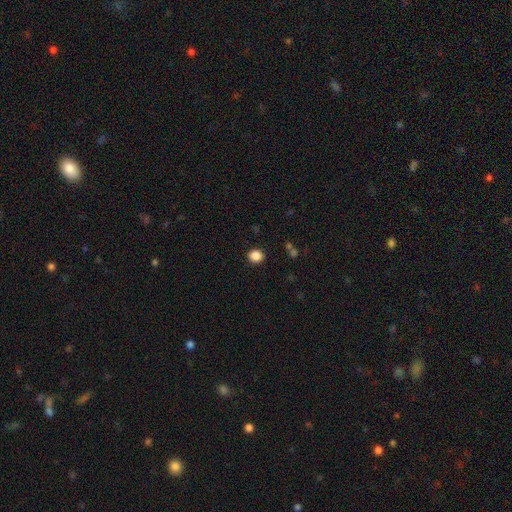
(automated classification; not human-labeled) Q: Smooth or featured?
A: smooth (87%); runner-up: star or artifact (10%)
Q: How rounded?
A: round (82%); runner-up: in between (18%)
Q: Merging?
A: none (90%); runner-up: minor disturbance (6%)